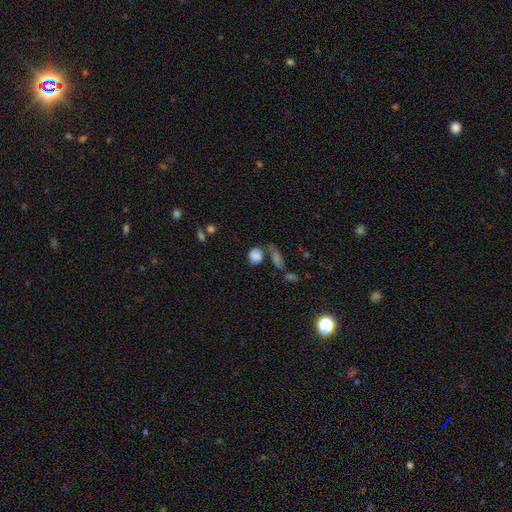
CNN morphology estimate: Smooth or featured?
  - smooth: 79% *
  - star or artifact: 12%
  - featured or disk: 9%
How rounded?
  - round: 65% *
  - in between: 33%
  - cigar-shaped: 3%
Merging?
  - none: 50% *
  - merger: 23%
  - minor disturbance: 17%
  - major disturbance: 10%